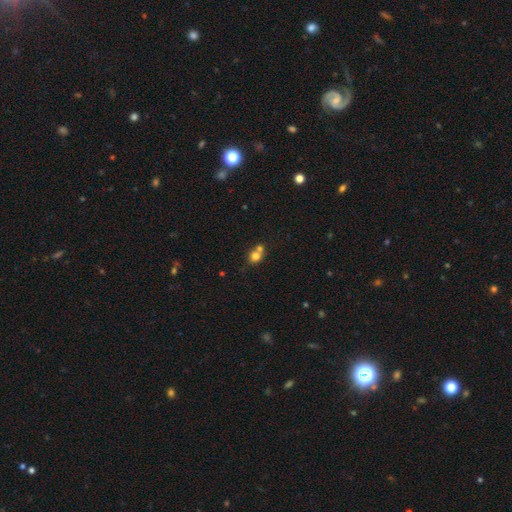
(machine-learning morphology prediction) Smooth or featured? smooth (75%)
How rounded? round (74%)
Merging? merger (47%)